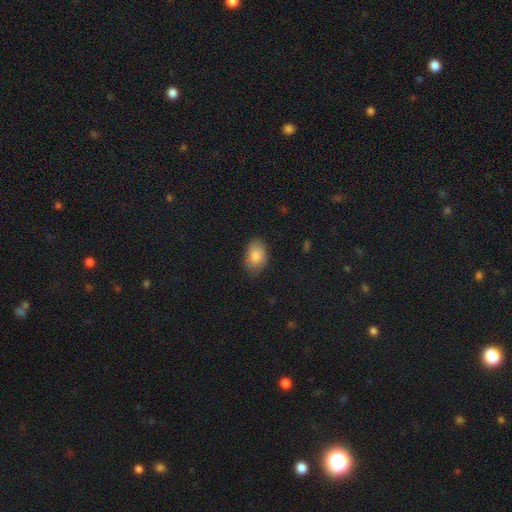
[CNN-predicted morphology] A smooth galaxy with no disk features (84%) that is in between round and cigar-shaped (87%).

Vote fractions:
- Smooth or featured? smooth: 84% / featured or disk: 9% / star or artifact: 7%
- How rounded? in between: 87% / round: 12% / cigar-shaped: 1%
- Merging? none: 77% / minor disturbance: 18% / major disturbance: 3% / merger: 1%